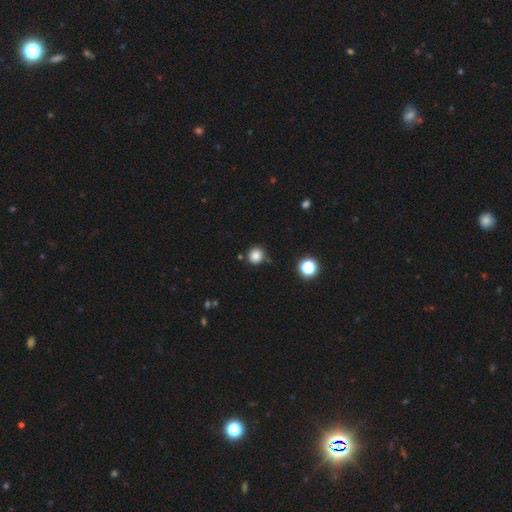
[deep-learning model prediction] This is clearly a smooth galaxy (83%). How rounded: clearly round (91%). Merging: clearly none (83%).